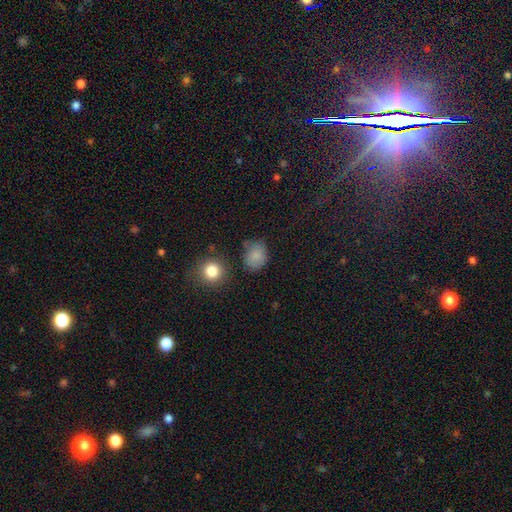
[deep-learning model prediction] Smooth or featured? smooth (83%)
How rounded? round (57%)
Merging? none (67%)